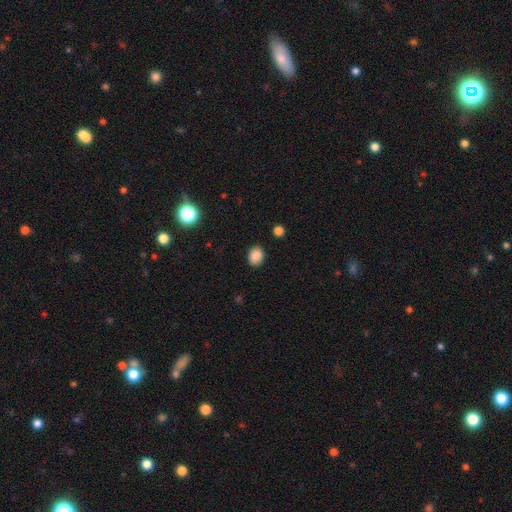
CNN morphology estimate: Q: Smooth or featured?
A: smooth (86%); runner-up: star or artifact (9%)
Q: How rounded?
A: in between (57%); runner-up: round (42%)
Q: Merging?
A: none (86%); runner-up: minor disturbance (10%)